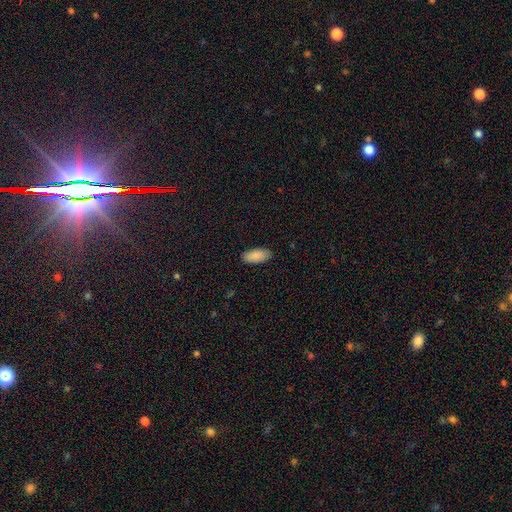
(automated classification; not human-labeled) This appears to be a smooth galaxy with no disk features (89%) that is in between round and cigar-shaped (91%). Merging: none (89%).